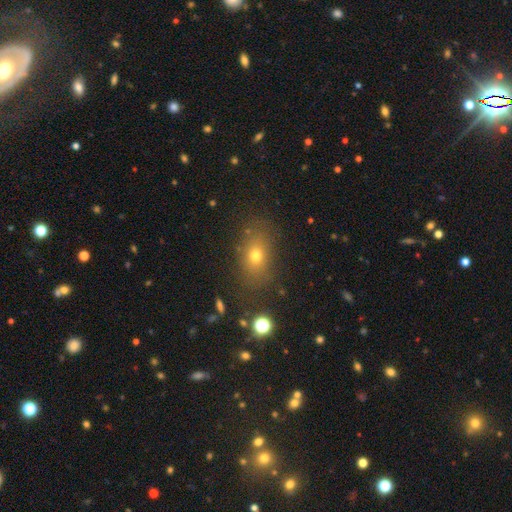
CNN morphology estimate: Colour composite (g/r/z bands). It shows a smooth galaxy with no disk features (70%) that is in between round and cigar-shaped (73%). Merging: none (80%).